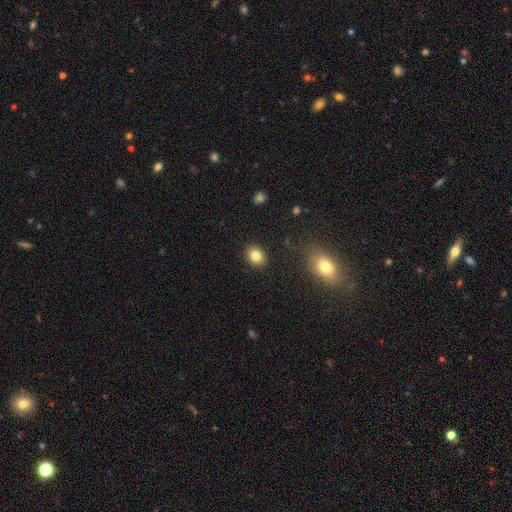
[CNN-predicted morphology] smooth-or-featured: smooth: 83% | star or artifact: 10% | featured or disk: 7%
  how-rounded: in between: 52% | round: 47% | cigar-shaped: 1%
  merging: none: 88% | minor disturbance: 8% | major disturbance: 2% | merger: 2%